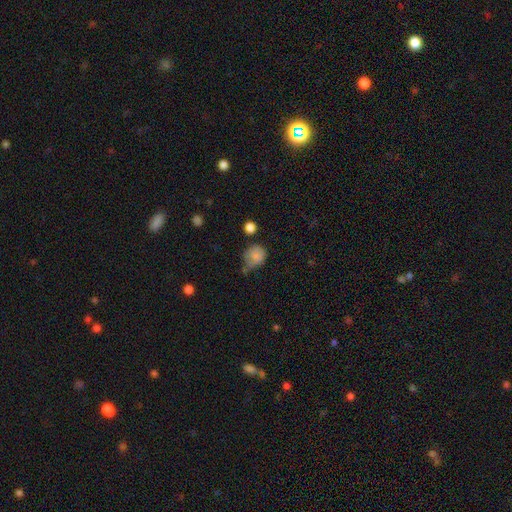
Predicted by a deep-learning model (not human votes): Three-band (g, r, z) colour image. It shows a smooth galaxy with no disk features (79%) that is round (70%). Merging: none (44%).